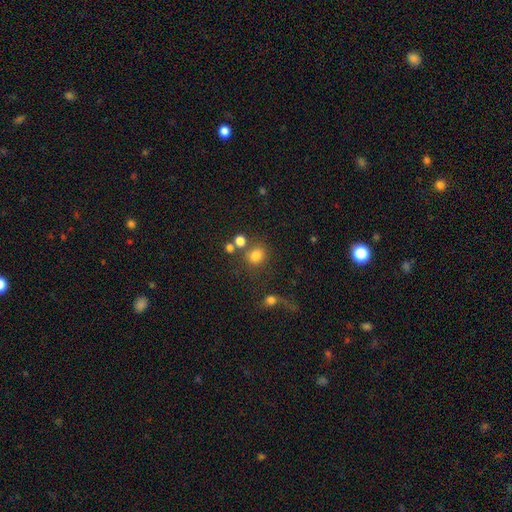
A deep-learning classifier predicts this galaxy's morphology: The model was most divided on "merging": none: 63%, merger: 19%, minor disturbance: 11%, major disturbance: 7%. More confident: how rounded — round (78%); smooth or featured — smooth (78%).